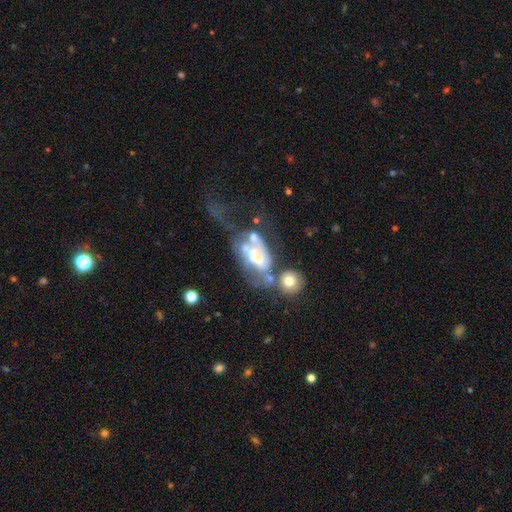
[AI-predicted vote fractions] smooth-or-featured: featured or disk: 64% | smooth: 24% | star or artifact: 12%
  disk-edge-on: no: 96% | yes: 4%
    bar: no: 81% | weak: 13% | strong: 6%
    has-spiral-arms: no: 75% | yes: 25%
    bulge-size: moderate: 32% | none: 31% | small: 21% | large: 12% | dominant: 4%
  merging: merger: 38% (tied) | major disturbance: 38% (tied) | none: 13% | minor disturbance: 11%